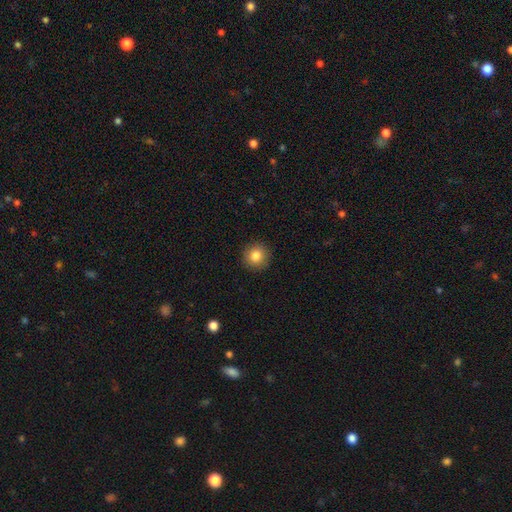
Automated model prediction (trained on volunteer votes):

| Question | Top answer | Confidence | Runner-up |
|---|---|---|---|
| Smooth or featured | smooth | 83% | star or artifact (10%) |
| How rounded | round | 95% | in between (4%) |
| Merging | none | 92% | minor disturbance (5%) |